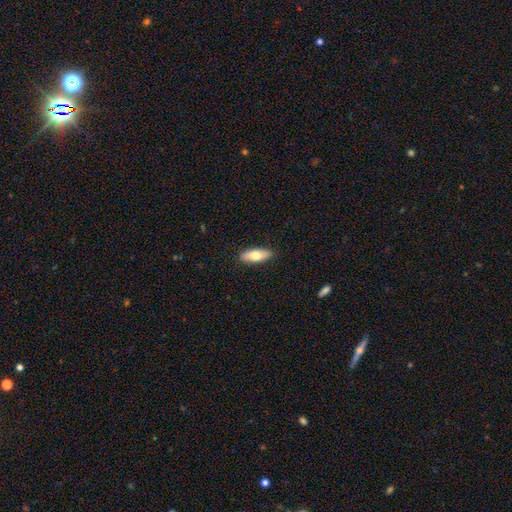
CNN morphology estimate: Smooth or featured? smooth (71%)
How rounded? in between (74%)
Merging? none (88%)